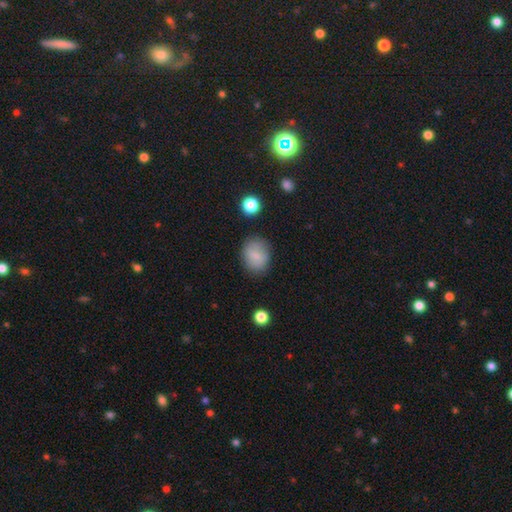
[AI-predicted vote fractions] The model was most divided on "how rounded": round: 50%, in between: 49%, cigar-shaped: 1%. More confident: smooth or featured — smooth (81%); merging — none (78%).